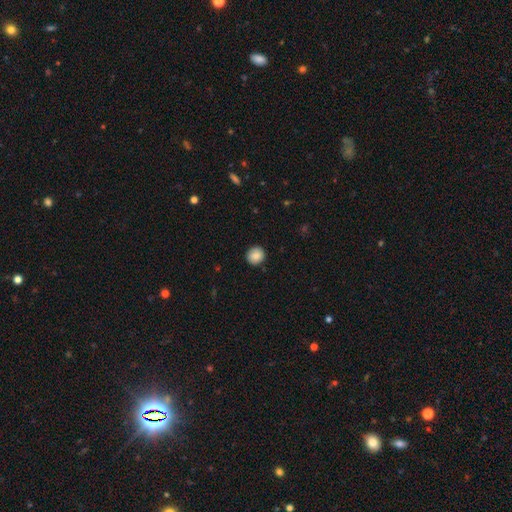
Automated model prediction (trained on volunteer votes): Smooth or featured: smooth — 87% (star or artifact — 8%)
How rounded: round — 88% (in between — 11%)
Merging: none — 88% (minor disturbance — 9%)